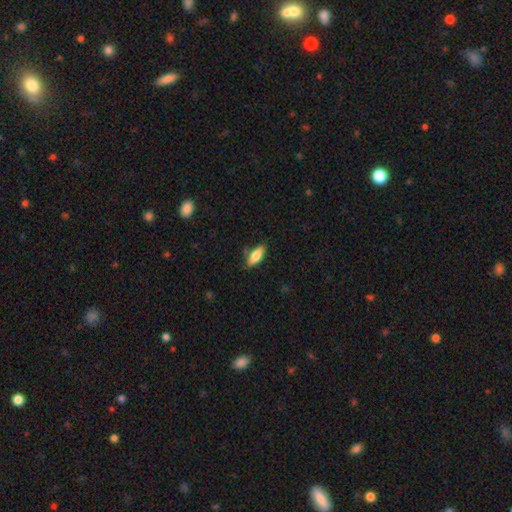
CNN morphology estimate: A smooth galaxy with no disk features (78%) that is in between round and cigar-shaped (74%).

Vote fractions:
- Smooth or featured? smooth: 78% / featured or disk: 15% / star or artifact: 7%
- How rounded? in between: 74% / cigar-shaped: 23% / round: 2%
- Merging? none: 72% / minor disturbance: 21% / major disturbance: 4% / merger: 3%